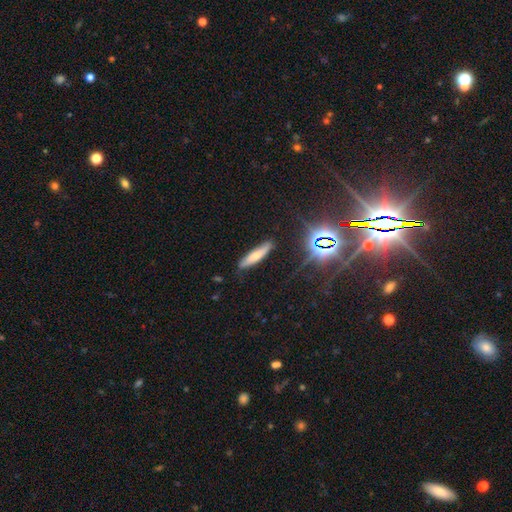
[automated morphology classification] type=smooth (63%); roundness=cigar-shaped (81%); merging=none (83%).